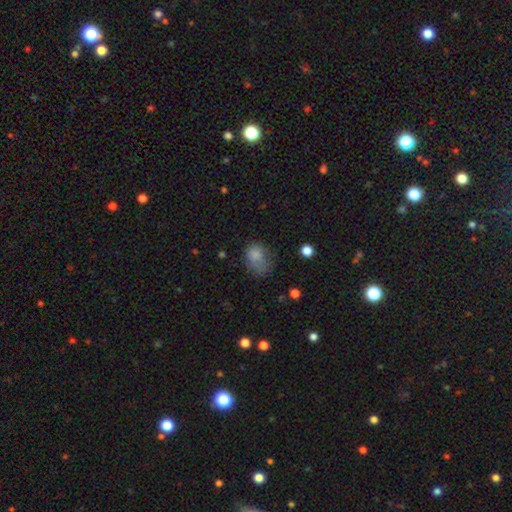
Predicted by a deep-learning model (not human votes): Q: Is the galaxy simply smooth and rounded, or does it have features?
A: smooth — 78%.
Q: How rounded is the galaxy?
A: in between — 59%.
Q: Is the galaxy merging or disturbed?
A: none — 37%.